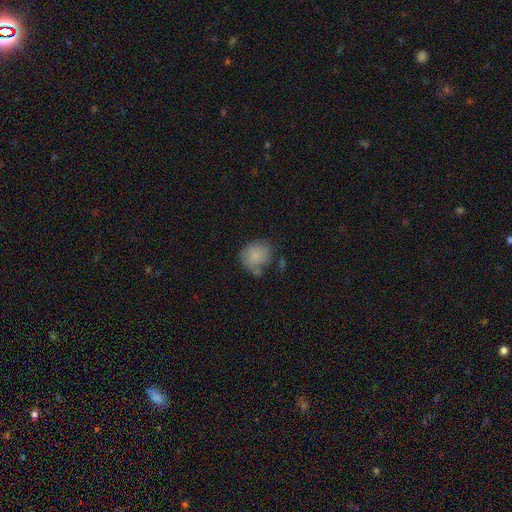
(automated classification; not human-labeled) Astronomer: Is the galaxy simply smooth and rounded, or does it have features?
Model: smooth — 82%.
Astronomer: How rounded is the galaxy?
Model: round — 76%.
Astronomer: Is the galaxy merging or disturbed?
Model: none — 55%.